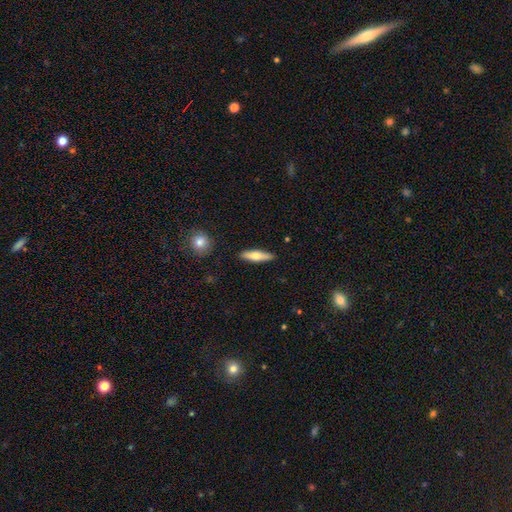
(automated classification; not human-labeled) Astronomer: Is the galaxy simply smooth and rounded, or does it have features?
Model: smooth — 60%.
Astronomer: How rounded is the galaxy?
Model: cigar-shaped — 64%.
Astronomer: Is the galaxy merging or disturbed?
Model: none — 88%.